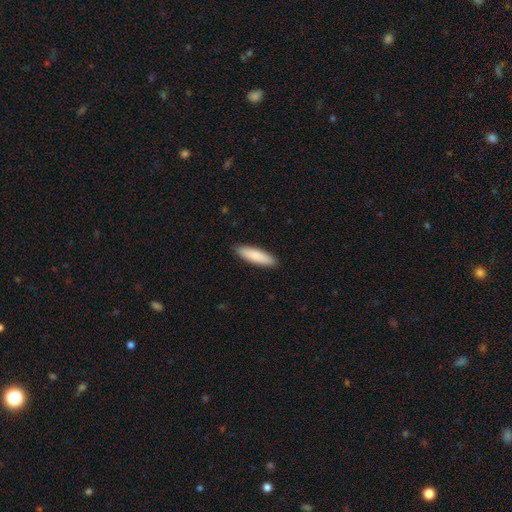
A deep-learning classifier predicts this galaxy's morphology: A smooth galaxy with no disk features (87%) that is cigar-shaped (68%).

Vote fractions:
- Smooth or featured? smooth: 87% / featured or disk: 8% / star or artifact: 5%
- How rounded? cigar-shaped: 68% / in between: 31% / round: 1%
- Merging? none: 90% / minor disturbance: 8% / major disturbance: 1% / merger: 1%